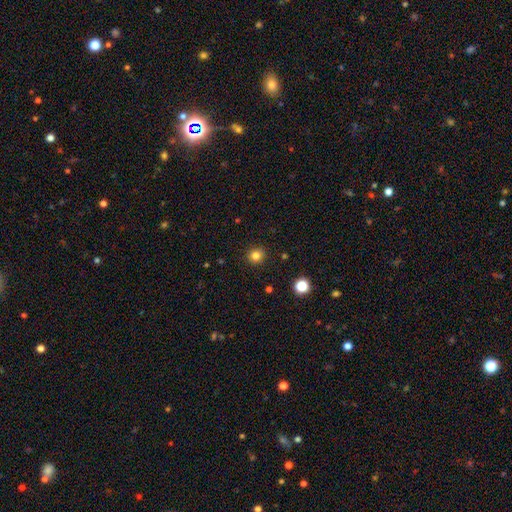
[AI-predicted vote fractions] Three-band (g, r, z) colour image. It shows a smooth galaxy with no disk features (82%) that is round (89%). Merging: none (91%).